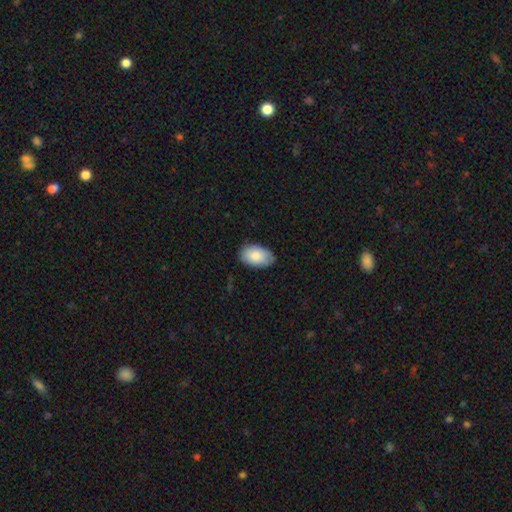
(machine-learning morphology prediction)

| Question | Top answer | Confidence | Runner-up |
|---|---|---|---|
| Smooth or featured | smooth | 84% | featured or disk (10%) |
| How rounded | in between | 93% | round (6%) |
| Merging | none | 80% | minor disturbance (17%) |